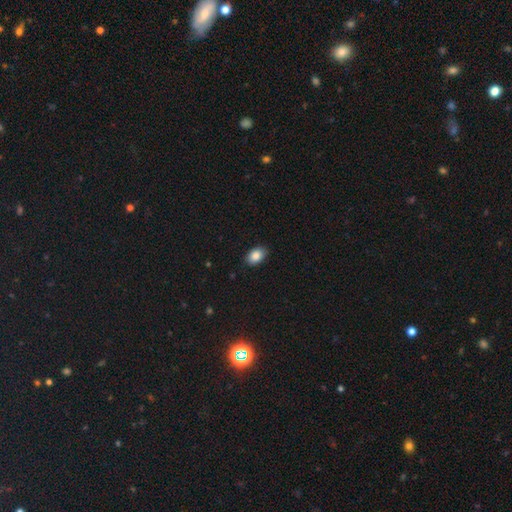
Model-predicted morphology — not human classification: Smooth or featured? smooth (87%)
How rounded? in between (86%)
Merging? none (88%)